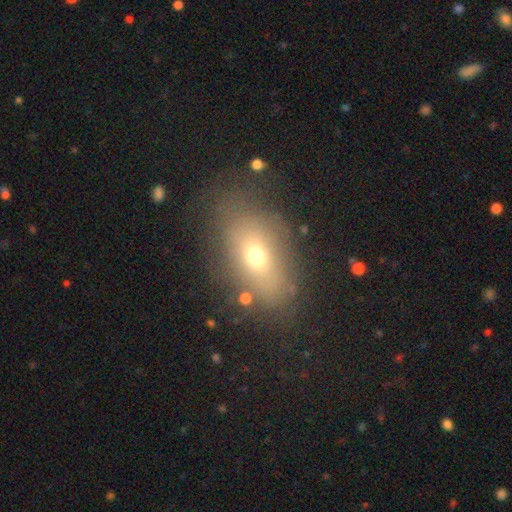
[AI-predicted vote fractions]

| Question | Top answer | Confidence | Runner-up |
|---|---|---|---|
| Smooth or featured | smooth | 64% | featured or disk (21%) |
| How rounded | in between | 79% | round (18%) |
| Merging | none | 71% | minor disturbance (16%) |